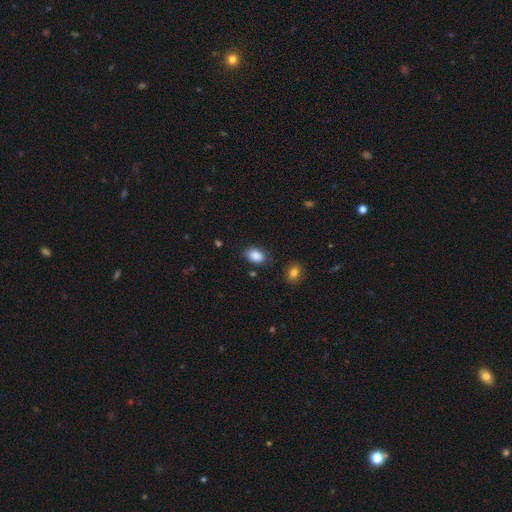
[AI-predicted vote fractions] Smooth or featured? smooth (88%)
How rounded? in between (81%)
Merging? none (82%)